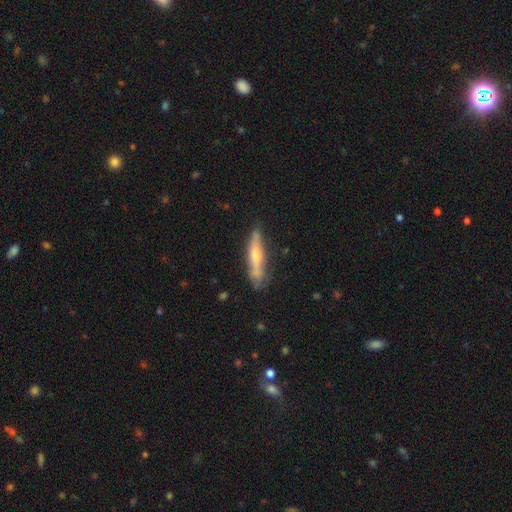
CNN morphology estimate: The model was most divided on "smooth or featured": featured or disk: 56%, smooth: 38%, star or artifact: 6%. More confident: edge-on disk — yes (86%); merging — none (72%).